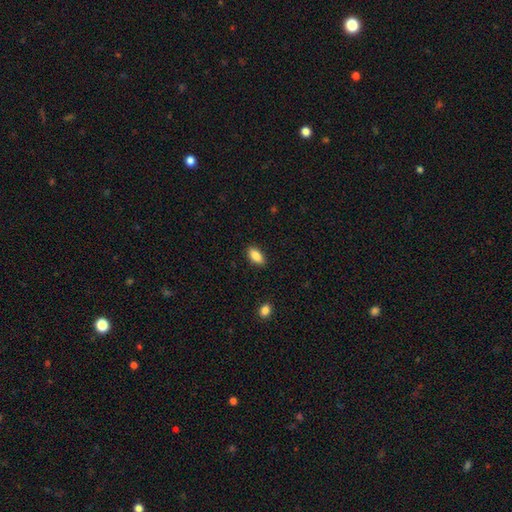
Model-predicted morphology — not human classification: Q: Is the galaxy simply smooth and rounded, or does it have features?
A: smooth — 88%.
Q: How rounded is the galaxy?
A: in between — 90%.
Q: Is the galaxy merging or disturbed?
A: none — 88%.